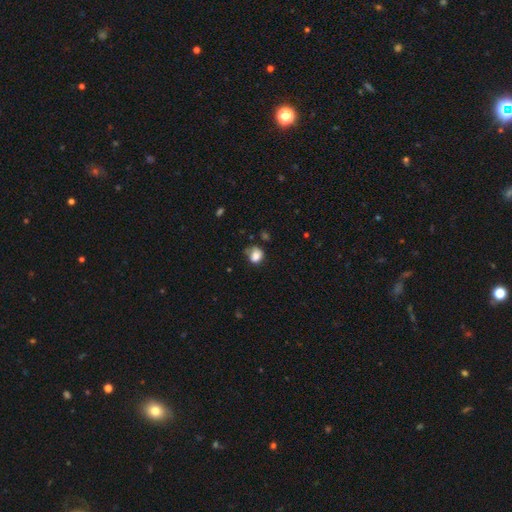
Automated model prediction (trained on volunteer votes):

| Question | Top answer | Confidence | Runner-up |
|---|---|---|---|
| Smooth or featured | smooth | 80% | star or artifact (10%) |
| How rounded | round | 62% | in between (37%) |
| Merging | none | 49% | minor disturbance (32%) |